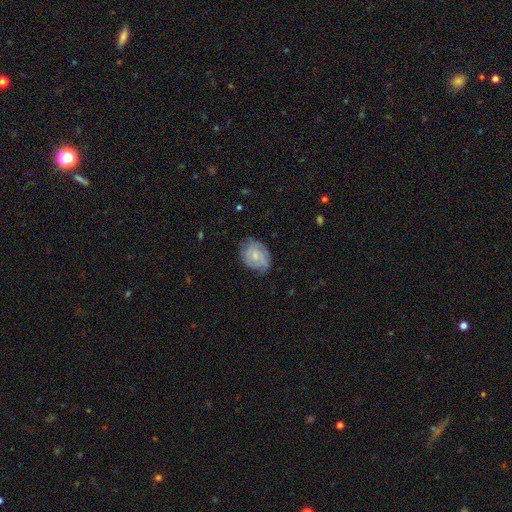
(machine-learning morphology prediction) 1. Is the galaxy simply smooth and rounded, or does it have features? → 47% smooth, 46% featured or disk, 7% star or artifact.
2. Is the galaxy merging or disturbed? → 57% none, 31% minor disturbance, 11% major disturbance, 1% merger.